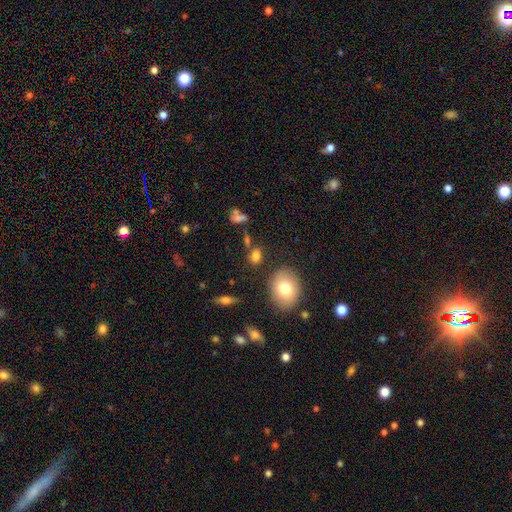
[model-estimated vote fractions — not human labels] The model was most divided on "how rounded": in between: 70%, round: 26%, cigar-shaped: 4%. More confident: smooth or featured — smooth (76%); merging — none (66%).